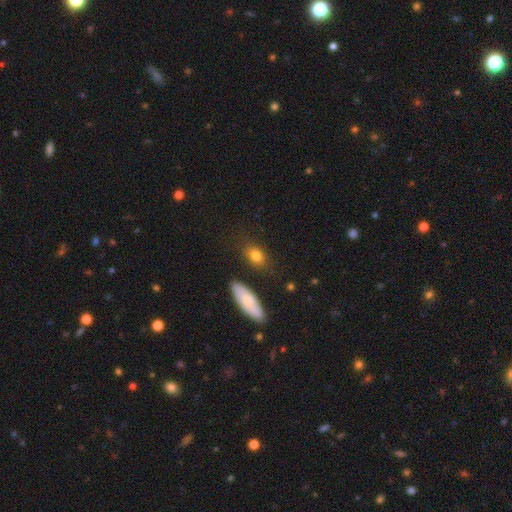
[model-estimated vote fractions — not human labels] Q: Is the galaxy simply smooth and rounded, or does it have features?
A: smooth — 80%.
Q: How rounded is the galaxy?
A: in between — 67%.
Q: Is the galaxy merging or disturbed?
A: none — 81%.